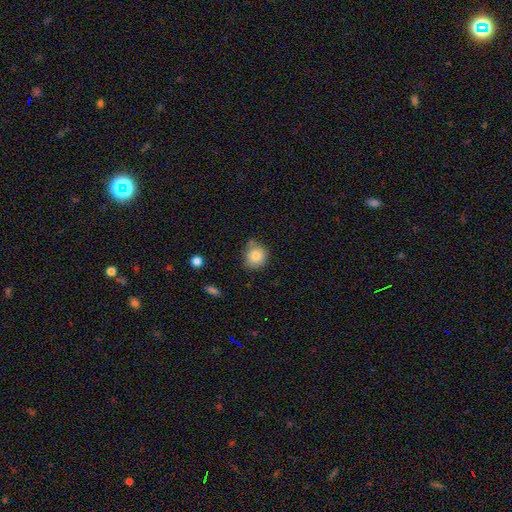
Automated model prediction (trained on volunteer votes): smooth-or-featured: smooth: 84% | star or artifact: 9% | featured or disk: 7%
  how-rounded: round: 81% | in between: 18% | cigar-shaped: 1%
  merging: none: 68% | minor disturbance: 20% | merger: 8% | major disturbance: 4%